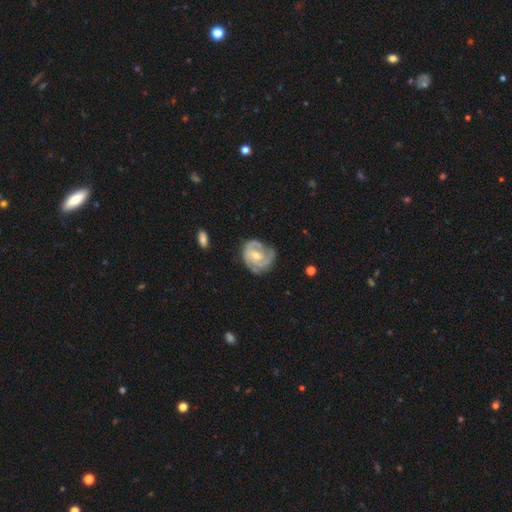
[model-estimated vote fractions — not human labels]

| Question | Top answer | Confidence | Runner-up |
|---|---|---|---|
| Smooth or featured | featured or disk | 82% | smooth (13%) |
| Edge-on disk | no | 98% | yes (2%) |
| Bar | no | 55% | weak (37%) |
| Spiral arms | yes | 93% | no (7%) |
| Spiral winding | tight | 55% | medium (35%) |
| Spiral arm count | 2 | 36% | 3 (29%) |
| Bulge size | moderate | 50% | small (46%) |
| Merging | none | 62% | minor disturbance (25%) |